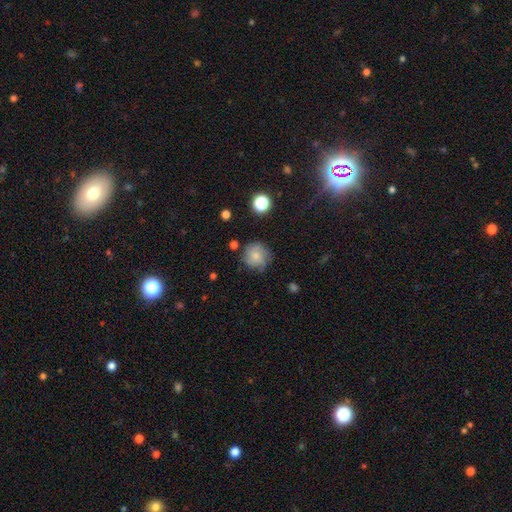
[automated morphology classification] Q: Smooth or featured?
A: smooth (63%); runner-up: featured or disk (26%)
Q: How rounded?
A: round (88%); runner-up: in between (11%)
Q: Merging?
A: none (70%); runner-up: minor disturbance (21%)